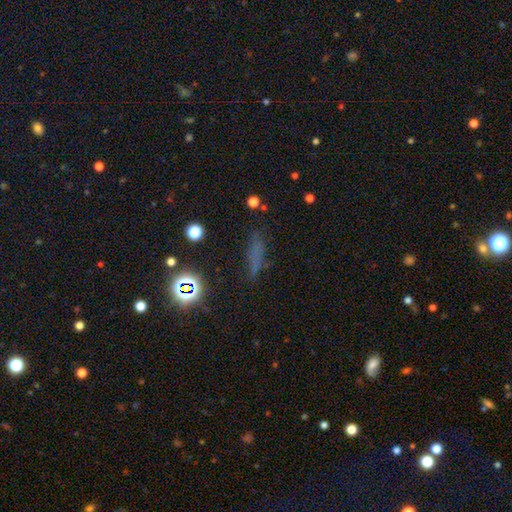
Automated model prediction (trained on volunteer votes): The model was most divided on "smooth or featured": smooth: 54%, star or artifact: 29%, featured or disk: 18%. More confident: merging — none (71%); how rounded — cigar-shaped (68%).